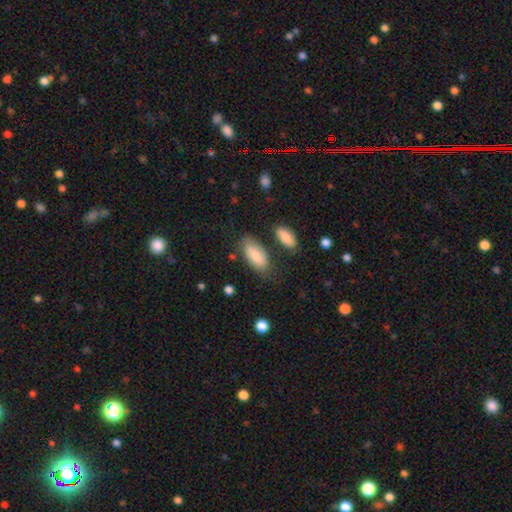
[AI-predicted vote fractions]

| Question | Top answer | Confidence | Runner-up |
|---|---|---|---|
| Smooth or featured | smooth | 80% | featured or disk (14%) |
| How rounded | in between | 88% | cigar-shaped (9%) |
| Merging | none | 68% | minor disturbance (20%) |